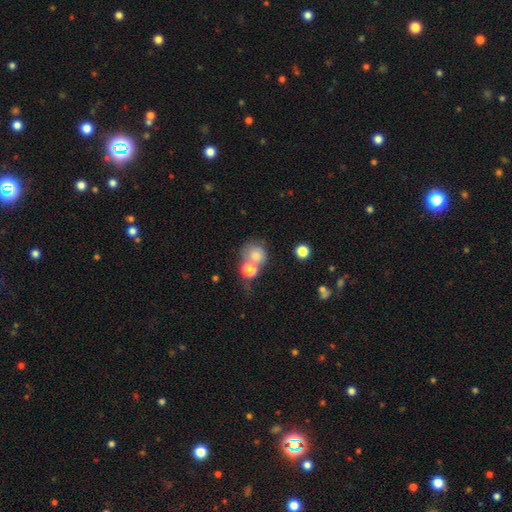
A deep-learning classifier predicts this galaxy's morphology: Smooth or featured?
  - smooth: 74% *
  - featured or disk: 14%
  - star or artifact: 12%
How rounded?
  - round: 78% *
  - in between: 21%
  - cigar-shaped: 1%
Merging?
  - merger: 40% *
  - none: 39%
  - minor disturbance: 12%
  - major disturbance: 9%